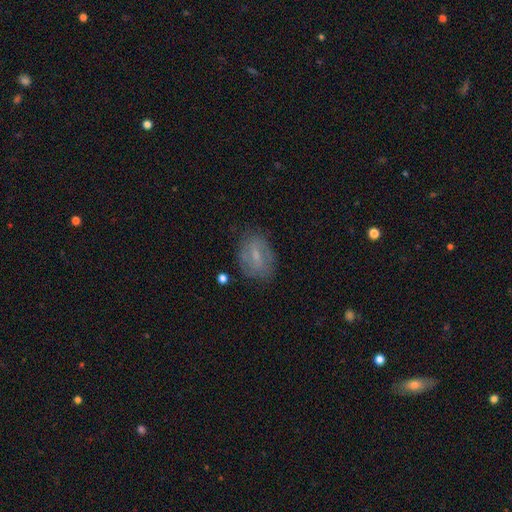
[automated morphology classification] A featured or disk galaxy (47%).

Vote fractions:
- Smooth or featured? featured or disk: 47% / smooth: 43% / star or artifact: 9%
- Merging? none: 71% / minor disturbance: 19% / major disturbance: 7% / merger: 2%